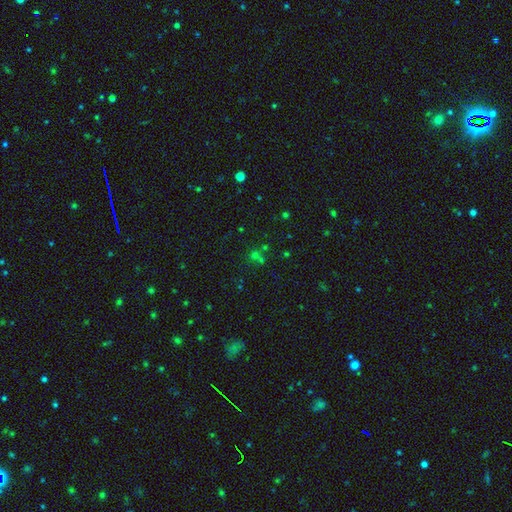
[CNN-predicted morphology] Smooth or featured? Predicted: star or artifact (p=0.50).